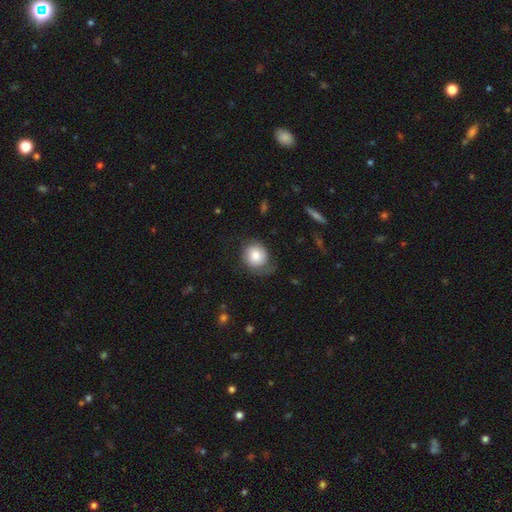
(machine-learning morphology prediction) smooth 74%, featured or disk 18%, star or artifact 8%. Down the decision tree: how rounded — round (80%); merging — none (53%).